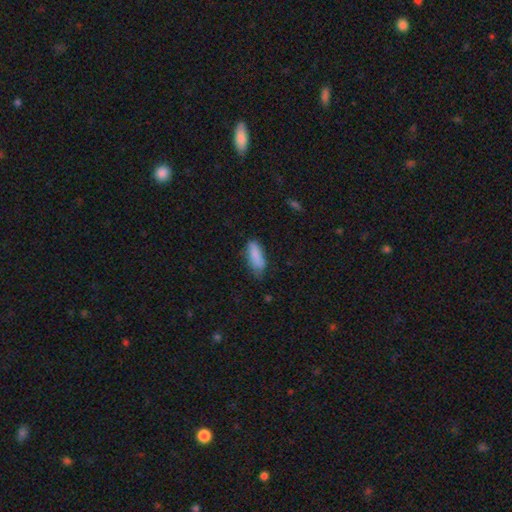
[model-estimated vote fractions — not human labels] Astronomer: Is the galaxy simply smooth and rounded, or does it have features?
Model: smooth — 85%.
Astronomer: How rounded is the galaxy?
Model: in between — 74%.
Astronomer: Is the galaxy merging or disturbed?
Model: none — 57%.